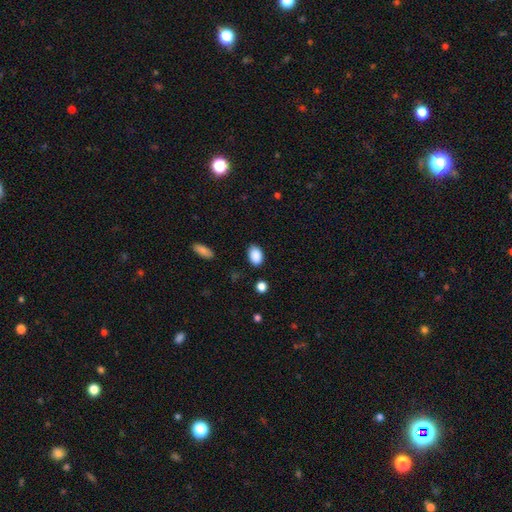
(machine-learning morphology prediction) This appears to be a smooth galaxy with no disk features (89%) that is in between round and cigar-shaped (88%). Merging: none (83%).